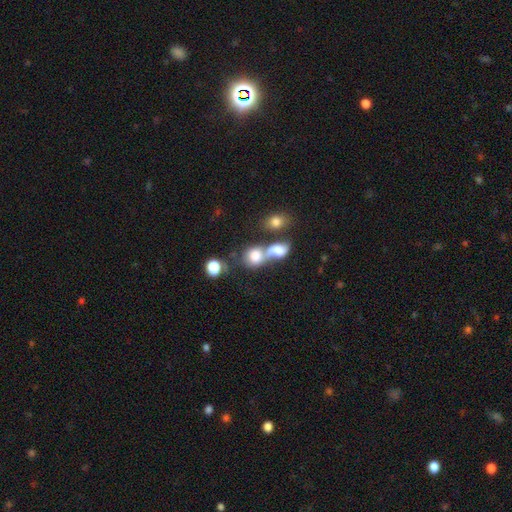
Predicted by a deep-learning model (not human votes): Smooth or featured?
  - smooth: 62% *
  - star or artifact: 21%
  - featured or disk: 17%
How rounded?
  - round: 58% *
  - in between: 38%
  - cigar-shaped: 4%
Merging?
  - merger: 50% *
  - none: 36%
  - minor disturbance: 8%
  - major disturbance: 5%